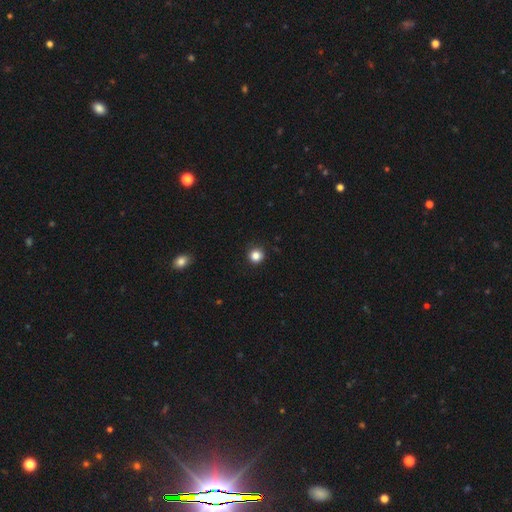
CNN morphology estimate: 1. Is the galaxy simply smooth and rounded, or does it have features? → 84% smooth, 12% star or artifact, 4% featured or disk.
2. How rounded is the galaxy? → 95% round, 4% in between, 1% cigar-shaped.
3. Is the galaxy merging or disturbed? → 90% none, 7% minor disturbance, 2% major disturbance, 1% merger.